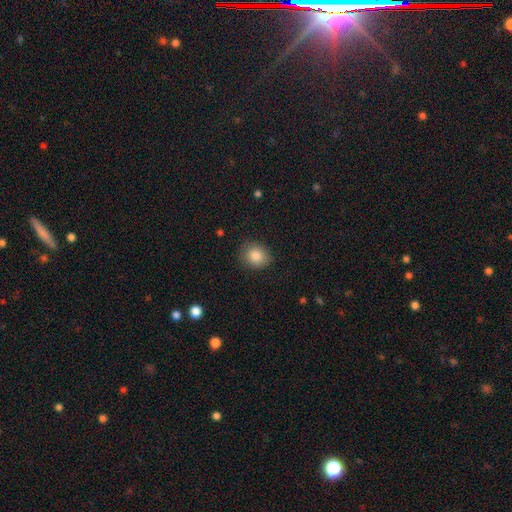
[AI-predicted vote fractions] Smooth or featured?
  - smooth: 84% *
  - star or artifact: 9%
  - featured or disk: 7%
How rounded?
  - round: 64% *
  - in between: 36%
  - cigar-shaped: 1%
Merging?
  - none: 85% *
  - minor disturbance: 11%
  - major disturbance: 3%
  - merger: 1%